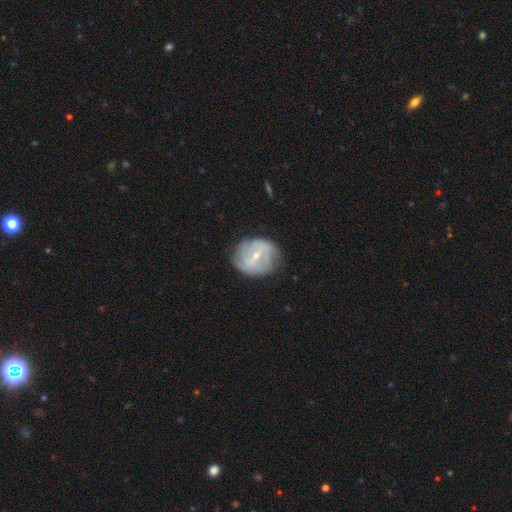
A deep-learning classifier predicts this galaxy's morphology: Smooth or featured?
  - featured or disk: 69% *
  - smooth: 24%
  - star or artifact: 7%
Edge-on disk?
  - no: 96% *
  - yes: 4%
Bar?
  - weak: 53% *
  - strong: 26%
  - no: 21%
Spiral arms?
  - yes: 73% *
  - no: 27%
Bulge size?
  - small: 66% *
  - moderate: 30%
  - none: 2%
  - large: 1%
  - dominant: 1%
Merging?
  - none: 71% *
  - minor disturbance: 21%
  - major disturbance: 7%
  - merger: 1%